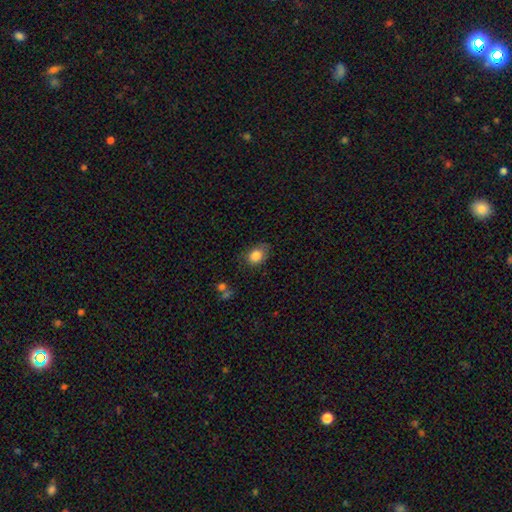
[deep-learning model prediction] Smooth or featured?
  - smooth: 84% *
  - star or artifact: 8%
  - featured or disk: 8%
How rounded?
  - in between: 69% *
  - round: 30%
  - cigar-shaped: 1%
Merging?
  - none: 66% *
  - minor disturbance: 25%
  - major disturbance: 7%
  - merger: 2%